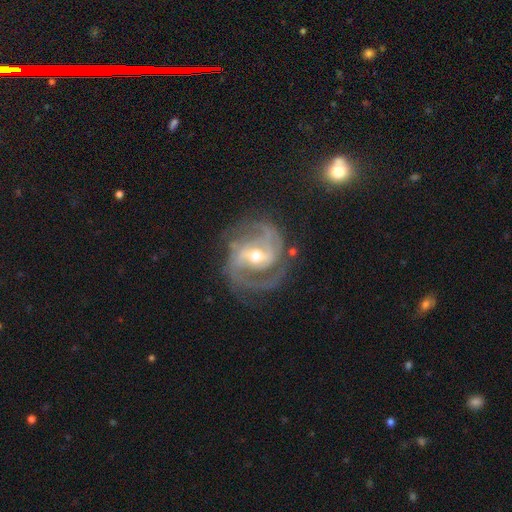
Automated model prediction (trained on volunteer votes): A featured or disk galaxy (90%) with a weak bar (44%), 2 (76%) medium (53%) spiral arms (97%) and a moderate central bulge (69%).

Vote fractions:
- Smooth or featured? featured or disk: 90% / smooth: 5% / star or artifact: 5%
- Edge-on disk? no: 97% / yes: 3%
- Bar? weak: 44% / strong: 37% / no: 20%
- Spiral arms? yes: 97% / no: 3%
- Spiral winding? medium: 53% / tight: 33% / loose: 14%
- Spiral arm count? 2: 76% / 3: 11% / can't tell: 6% / 1: 3% / 4: 2% / more than 4: 2%
- Bulge size? moderate: 69% / small: 24% / large: 5% / none: 1% / dominant: 1%
- Merging? none: 72% / minor disturbance: 17% / major disturbance: 9% / merger: 2%